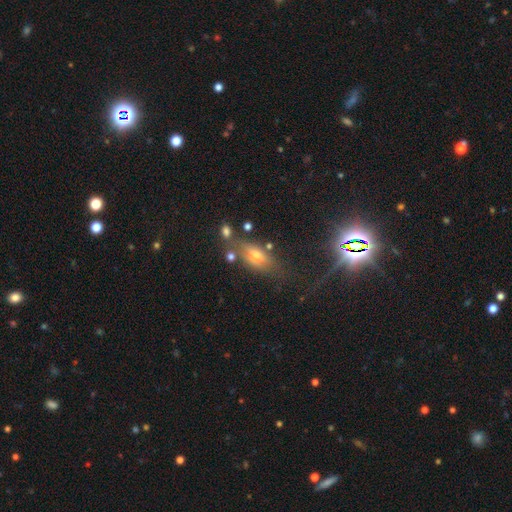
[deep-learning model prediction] smooth_or_featured: smooth (p=0.46) [alt: featured or disk p=0.33]
merging: none (p=0.61) [alt: minor disturbance p=0.19]